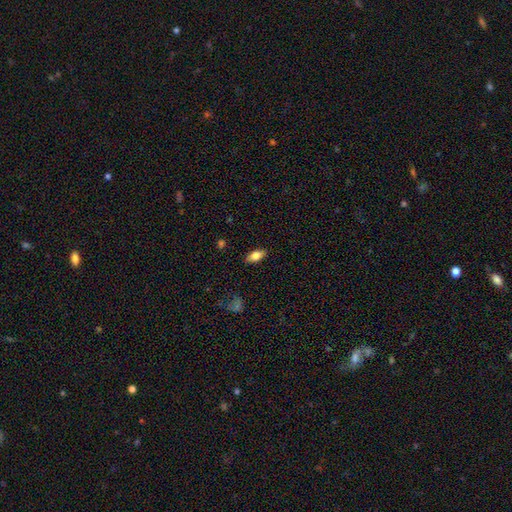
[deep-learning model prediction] Q: Smooth or featured?
A: smooth (73%); runner-up: featured or disk (19%)
Q: How rounded?
A: in between (86%); runner-up: cigar-shaped (10%)
Q: Merging?
A: none (87%); runner-up: minor disturbance (10%)